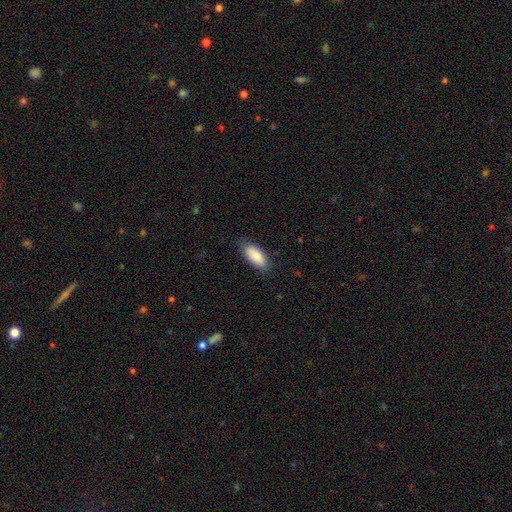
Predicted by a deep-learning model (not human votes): A smooth galaxy with no disk features (85%) that is in between round and cigar-shaped (89%). Merging: none (80%).